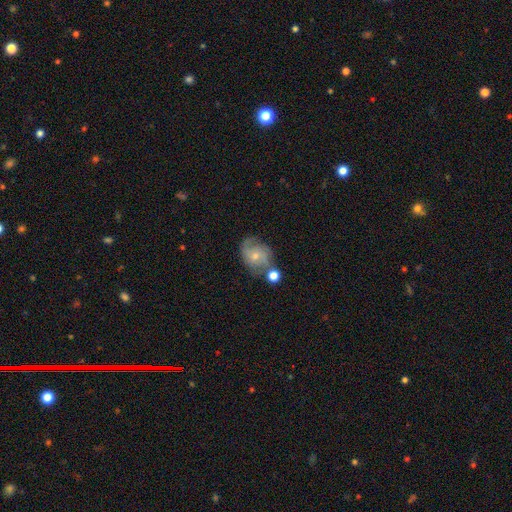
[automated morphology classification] The model was most divided on "smooth or featured": featured or disk: 55%, smooth: 35%, star or artifact: 9%. Remaining: edge-on disk — no (97%); spiral arms — yes (83%); bar — no (68%); bulge size — small (61%); merging — none (49%).